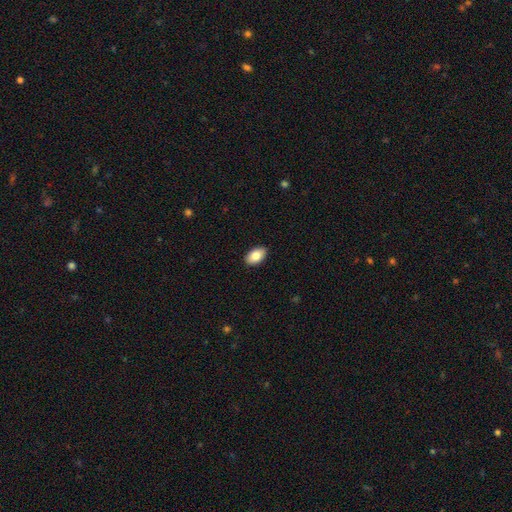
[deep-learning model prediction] smooth_or_featured: smooth (p=0.84) [alt: featured or disk p=0.09]
how_rounded: in between (p=0.94) [alt: round p=0.05]
merging: none (p=0.90) [alt: minor disturbance p=0.08]